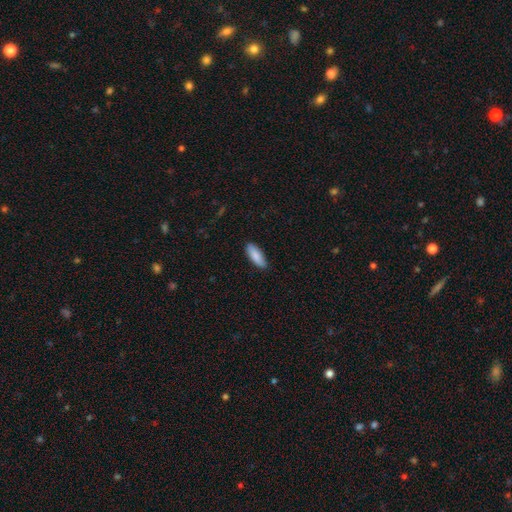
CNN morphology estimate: This is clearly a smooth galaxy (87%). How rounded: likely in between (71%). Merging: clearly none (86%).